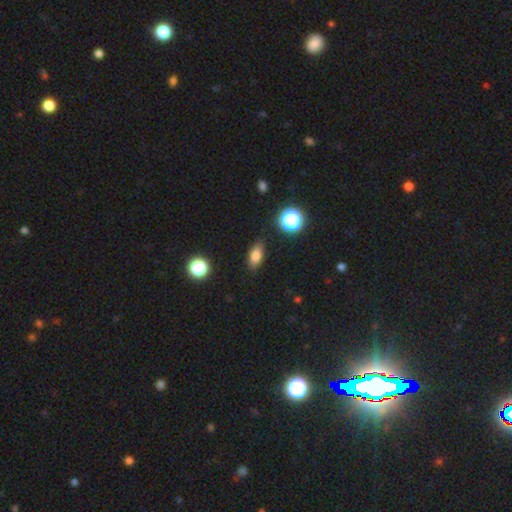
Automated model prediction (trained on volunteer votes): A smooth galaxy with no disk features (78%) that is in between round and cigar-shaped (81%).

Vote fractions:
- Smooth or featured? smooth: 78% / star or artifact: 13% / featured or disk: 9%
- How rounded? in between: 81% / round: 10% / cigar-shaped: 9%
- Merging? none: 86% / minor disturbance: 10% / major disturbance: 2% / merger: 2%